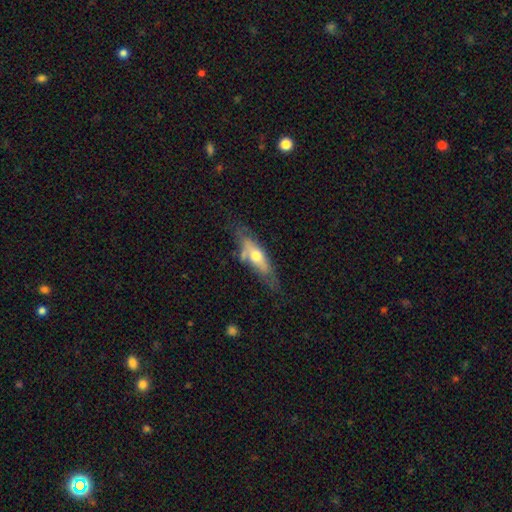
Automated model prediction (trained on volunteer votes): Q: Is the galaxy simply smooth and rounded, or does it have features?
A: featured or disk — 49%.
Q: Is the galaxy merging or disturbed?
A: none — 50%.